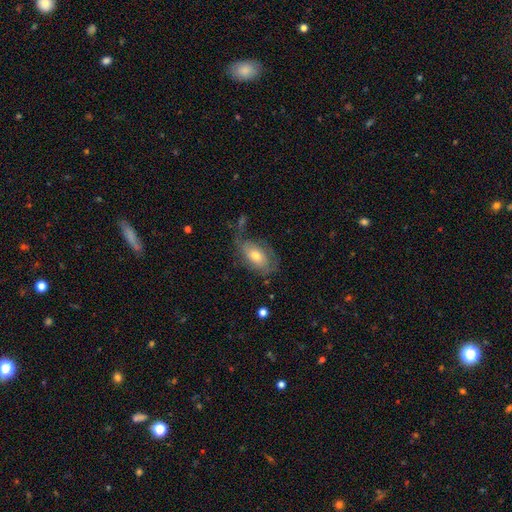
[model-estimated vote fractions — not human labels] Morphology: type=smooth (53%); roundness=in between (89%); merging=none (46%).